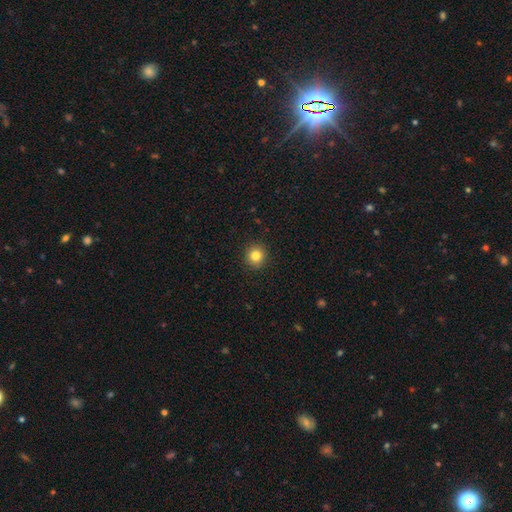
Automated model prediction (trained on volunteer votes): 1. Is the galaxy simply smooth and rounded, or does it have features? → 83% smooth, 11% star or artifact, 6% featured or disk.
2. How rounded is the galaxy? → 91% round, 8% in between, 1% cigar-shaped.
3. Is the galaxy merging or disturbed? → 92% none, 6% minor disturbance, 2% major disturbance, 1% merger.